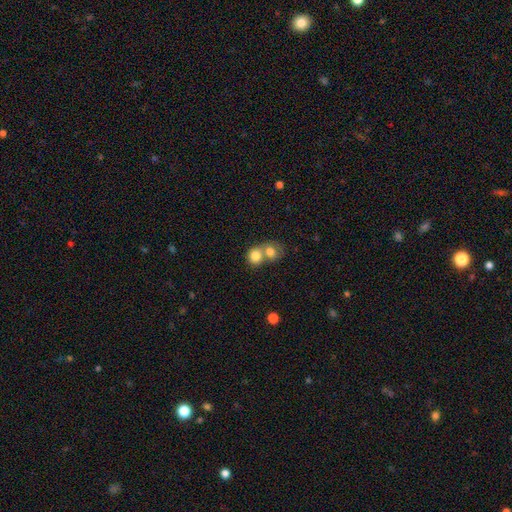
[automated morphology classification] This appears to be a smooth galaxy with no disk features (81%) that is round (73%). Merging: merger (65%).